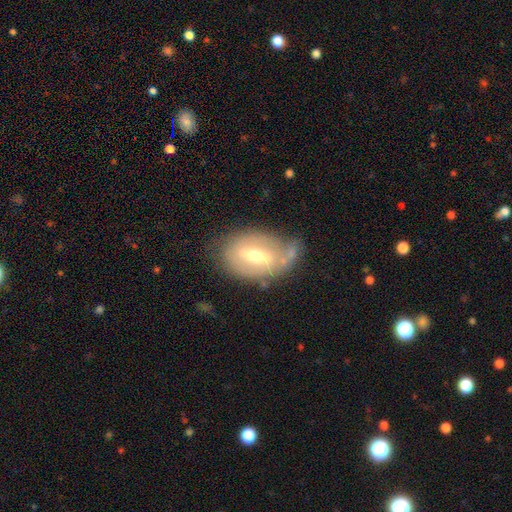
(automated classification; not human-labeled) Smooth or featured? Predicted: featured or disk (p=0.65). Edge-on disk? Predicted: no (p=0.88). Bar? Predicted: strong (p=0.51). Spiral arms? Predicted: no (p=0.58). Bulge size? Predicted: moderate (p=0.60). Merging? Predicted: none (p=0.57).